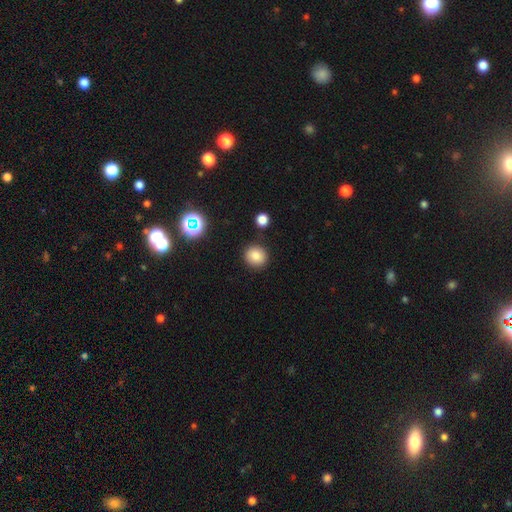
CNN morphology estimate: smooth 82%, star or artifact 12%, featured or disk 6%. Down the decision tree: how rounded — round (88%); merging — none (87%).